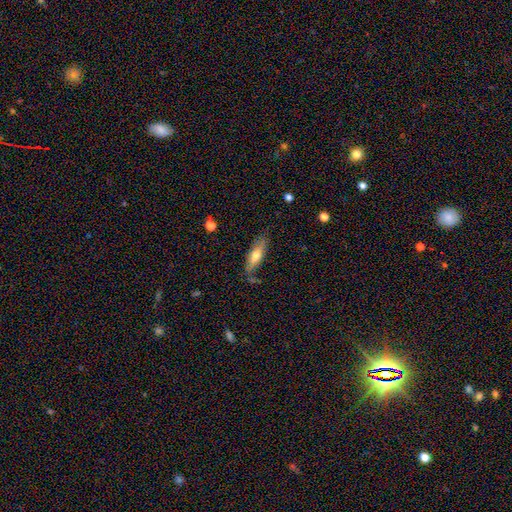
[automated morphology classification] smooth_or_featured: smooth (p=0.62) [alt: featured or disk p=0.32]
how_rounded: cigar-shaped (p=0.50) [alt: in between p=0.48]
merging: none (p=0.73) [alt: minor disturbance p=0.19]